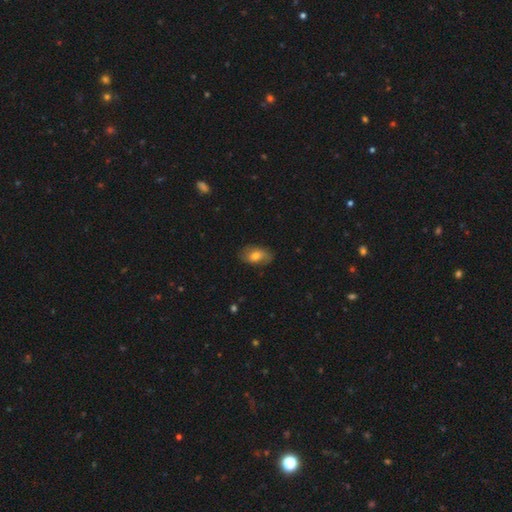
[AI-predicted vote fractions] smooth_or_featured: smooth (p=0.53) [alt: featured or disk p=0.39]
how_rounded: in between (p=0.86) [alt: round p=0.12]
merging: none (p=0.73) [alt: minor disturbance p=0.20]